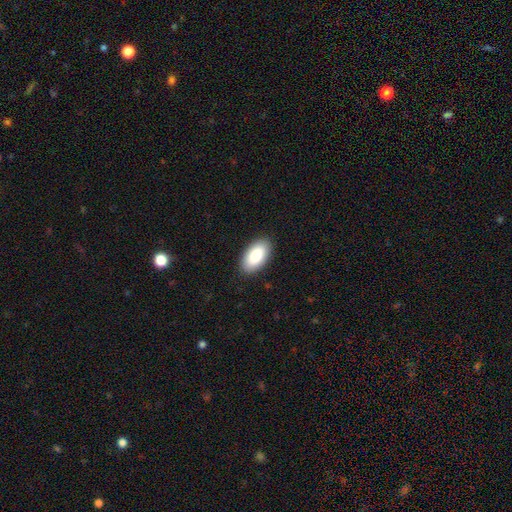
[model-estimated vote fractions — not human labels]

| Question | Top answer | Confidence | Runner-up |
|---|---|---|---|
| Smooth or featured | smooth | 88% | featured or disk (6%) |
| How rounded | in between | 96% | cigar-shaped (2%) |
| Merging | none | 89% | minor disturbance (8%) |